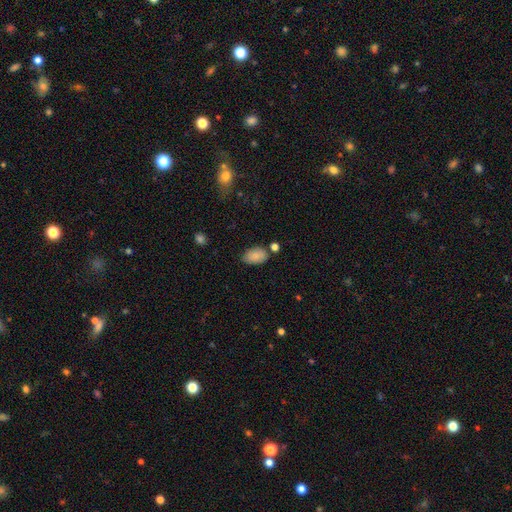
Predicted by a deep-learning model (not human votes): A smooth galaxy with no disk features (86%) that is in between round and cigar-shaped (90%). Merging: none (72%).